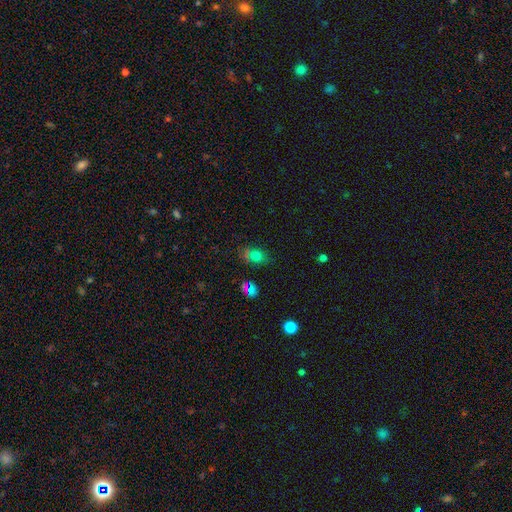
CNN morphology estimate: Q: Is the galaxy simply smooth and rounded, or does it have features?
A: smooth — 68%.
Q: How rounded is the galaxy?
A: in between — 58%.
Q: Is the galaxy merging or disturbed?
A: none — 68%.